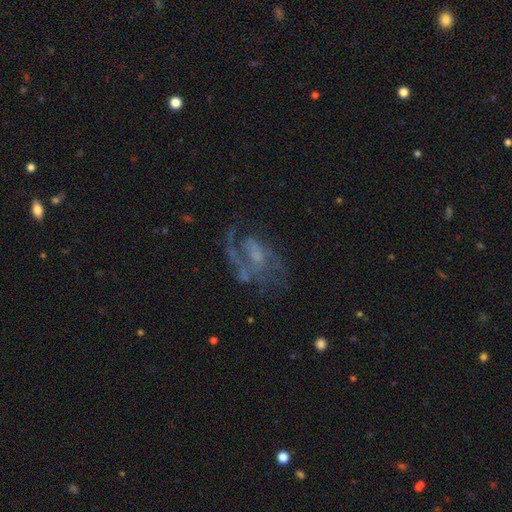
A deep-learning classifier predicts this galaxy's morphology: featured or disk 78%, smooth 12%, star or artifact 10%. Down the decision tree: edge-on disk — no (97%); bar — no (53%); spiral arms — yes (83%); spiral arm count — 2 (36%); spiral winding — medium (45%); bulge size — small (41%); merging — none (46%).